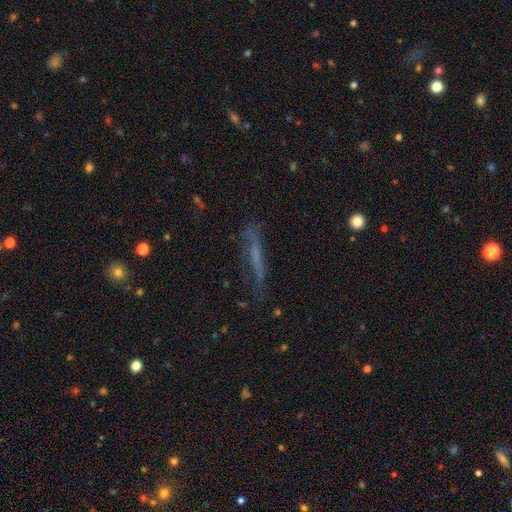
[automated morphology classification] A featured or disk galaxy (43%).

Vote fractions:
- Smooth or featured? featured or disk: 43% / smooth: 40% / star or artifact: 17%
- Merging? none: 65% / minor disturbance: 21% / major disturbance: 11% / merger: 3%